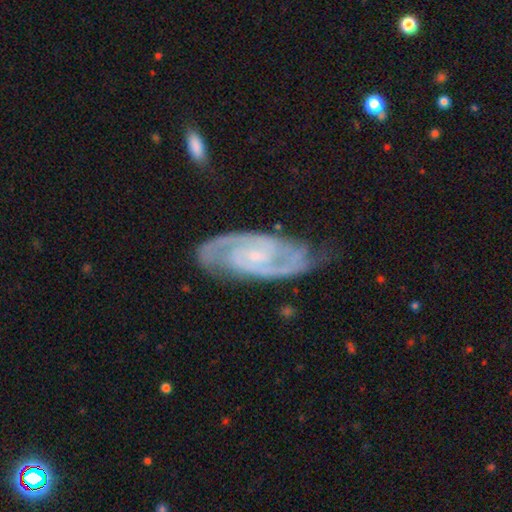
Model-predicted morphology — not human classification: Q: Smooth or featured?
A: featured or disk (92%); runner-up: star or artifact (4%)
Q: Edge-on disk?
A: no (96%); runner-up: yes (4%)
Q: Bar?
A: no (46%); runner-up: weak (40%)
Q: Spiral arms?
A: yes (98%); runner-up: no (2%)
Q: Spiral winding?
A: tight (52%); runner-up: medium (42%)
Q: Spiral arm count?
A: 2 (90%); runner-up: 3 (3%)
Q: Bulge size?
A: small (74%); runner-up: moderate (16%)
Q: Merging?
A: none (75%); runner-up: minor disturbance (18%)